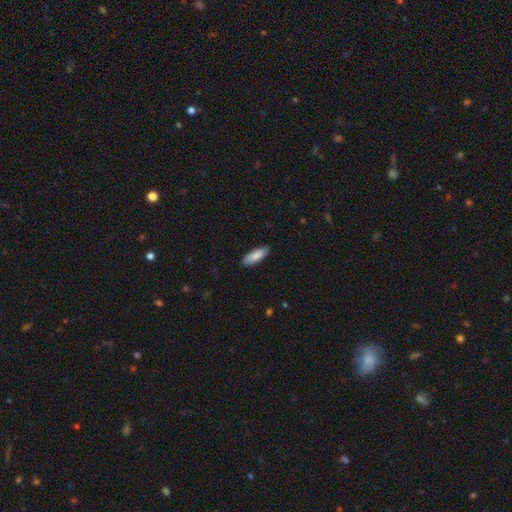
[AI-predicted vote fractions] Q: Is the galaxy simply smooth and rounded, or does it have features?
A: smooth — 86%.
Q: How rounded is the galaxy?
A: in between — 67%.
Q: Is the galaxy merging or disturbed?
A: none — 88%.